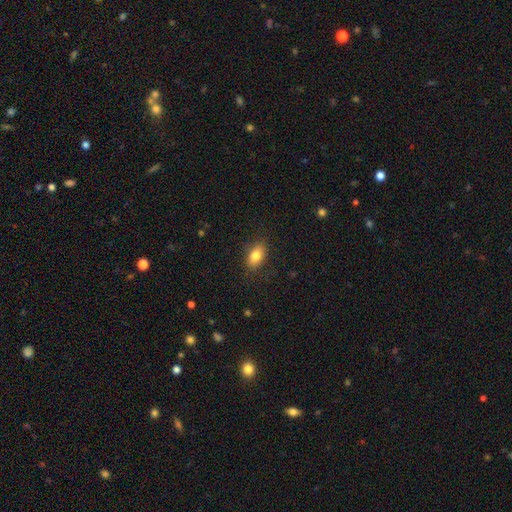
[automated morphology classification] Smooth or featured: smooth — 82% (featured or disk — 9%)
How rounded: in between — 86% (round — 11%)
Merging: none — 85% (minor disturbance — 11%)